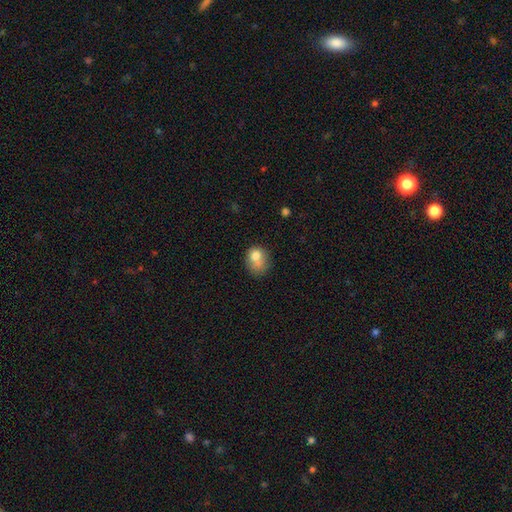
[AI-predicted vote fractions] Q: Smooth or featured?
A: smooth (75%); runner-up: featured or disk (15%)
Q: How rounded?
A: round (52%); runner-up: in between (47%)
Q: Merging?
A: none (35%); runner-up: minor disturbance (28%)